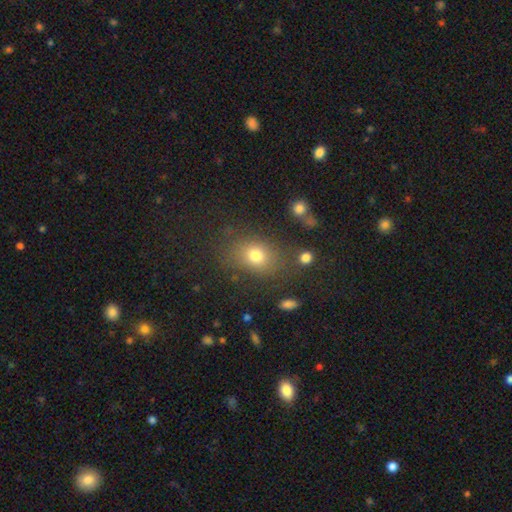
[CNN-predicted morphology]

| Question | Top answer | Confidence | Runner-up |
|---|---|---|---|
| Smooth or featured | smooth | 74% | star or artifact (15%) |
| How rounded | in between | 57% | round (41%) |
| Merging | none | 74% | minor disturbance (14%) |